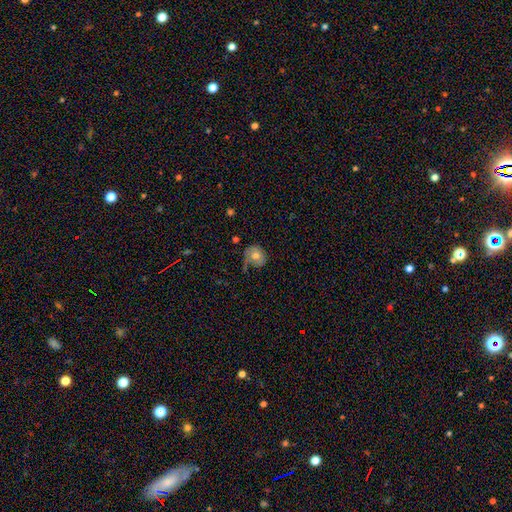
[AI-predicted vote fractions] smooth_or_featured: smooth (p=0.66) [alt: featured or disk p=0.26]
how_rounded: round (p=0.69) [alt: in between p=0.30]
merging: none (p=0.49) [alt: minor disturbance p=0.31]